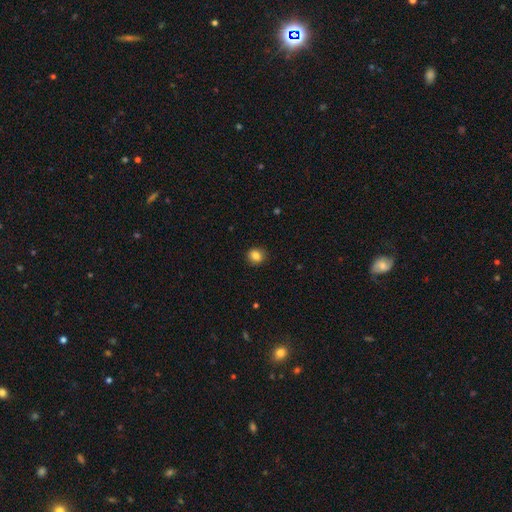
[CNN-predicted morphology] Smooth or featured? Predicted: smooth (p=0.85). How rounded? Predicted: round (p=0.80). Merging? Predicted: none (p=0.89).